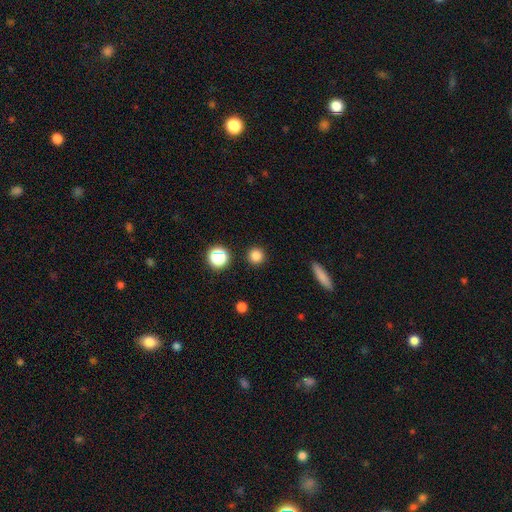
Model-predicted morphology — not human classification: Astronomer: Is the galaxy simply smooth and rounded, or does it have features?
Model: smooth — 83%.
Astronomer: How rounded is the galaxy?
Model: round — 95%.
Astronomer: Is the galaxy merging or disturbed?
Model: none — 92%.